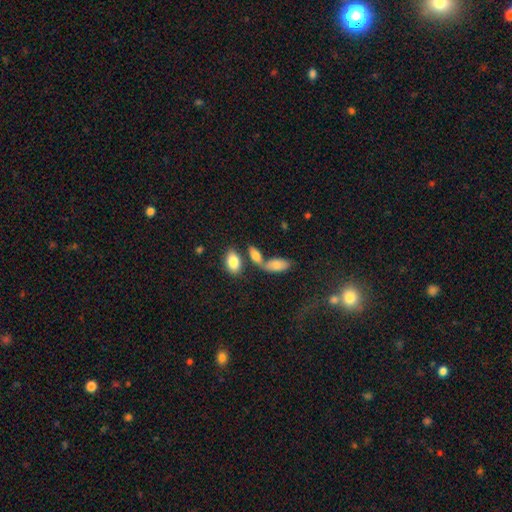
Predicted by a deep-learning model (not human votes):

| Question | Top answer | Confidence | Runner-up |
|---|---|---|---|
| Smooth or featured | smooth | 80% | featured or disk (12%) |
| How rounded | in between | 86% | cigar-shaped (9%) |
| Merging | none | 49% | merger (34%) |